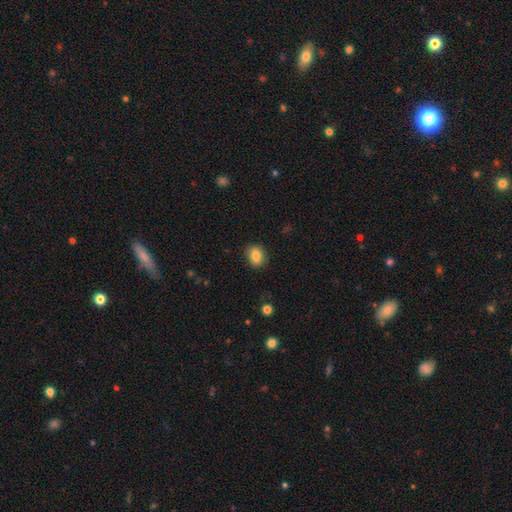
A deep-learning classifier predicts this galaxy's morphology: Q: Smooth or featured?
A: smooth (83%); runner-up: star or artifact (9%)
Q: How rounded?
A: in between (58%); runner-up: round (40%)
Q: Merging?
A: none (88%); runner-up: minor disturbance (9%)